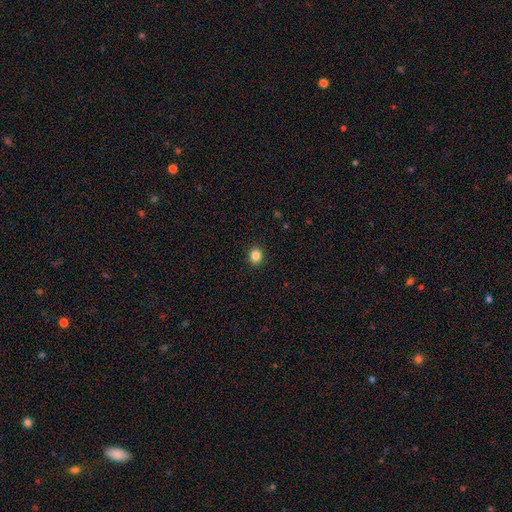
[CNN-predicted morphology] Smooth or featured: smooth — 85% (star or artifact — 11%)
How rounded: round — 78% (in between — 21%)
Merging: none — 92% (minor disturbance — 5%)